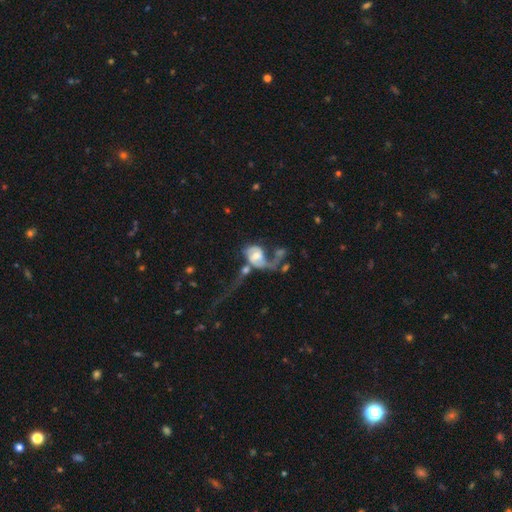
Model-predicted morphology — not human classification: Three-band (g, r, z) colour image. It shows a featured or disk galaxy (71%) with no bar (63%), 1 (43%, tied with 2) loose (57%) spiral arms (80%) and a moderate central bulge (58%). Merging: major disturbance (40%).